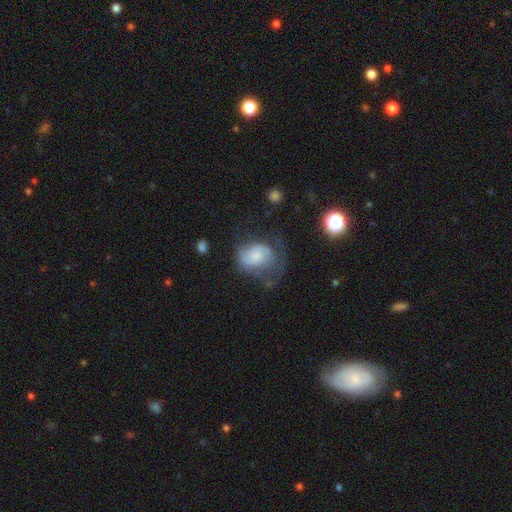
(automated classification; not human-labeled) A smooth galaxy with no disk features (48%).

Vote fractions:
- Smooth or featured? smooth: 48% / featured or disk: 43% / star or artifact: 9%
- Merging? major disturbance: 42% / none: 30% / minor disturbance: 25% / merger: 4%